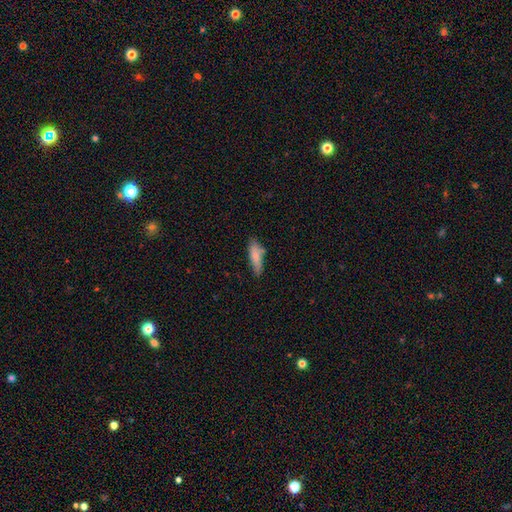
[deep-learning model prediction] Overall: smooth (78%). How rounded: cigar-shaped (50%; in between 48%). Merging: none (68%).